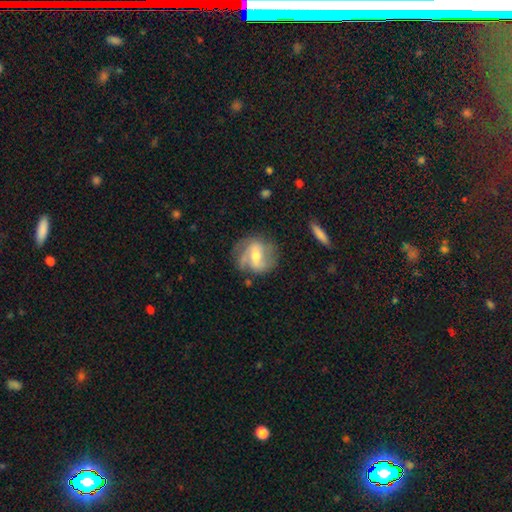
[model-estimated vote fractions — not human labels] Q: Smooth or featured?
A: featured or disk (70%); runner-up: smooth (23%)
Q: Edge-on disk?
A: no (96%); runner-up: yes (4%)
Q: Bar?
A: weak (47%); runner-up: strong (30%)
Q: Spiral arms?
A: yes (86%); runner-up: no (14%)
Q: Spiral winding?
A: medium (45%); runner-up: loose (31%)
Q: Spiral arm count?
A: 2 (52%); runner-up: 3 (18%)
Q: Bulge size?
A: moderate (60%); runner-up: small (27%)
Q: Merging?
A: none (64%); runner-up: minor disturbance (21%)